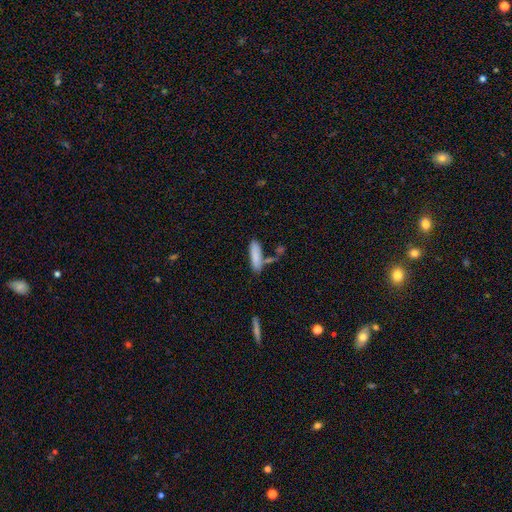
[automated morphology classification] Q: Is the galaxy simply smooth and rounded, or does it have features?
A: smooth — 83%.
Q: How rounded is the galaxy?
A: cigar-shaped — 60%.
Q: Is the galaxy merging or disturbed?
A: none — 63%.